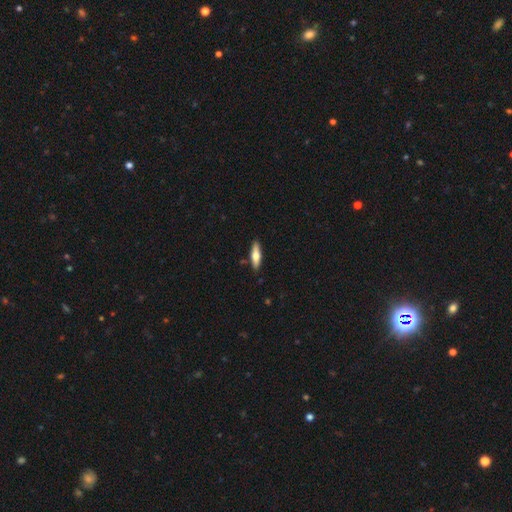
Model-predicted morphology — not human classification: The model was most divided on "smooth or featured": smooth: 61%, featured or disk: 33%, star or artifact: 5%. More confident: merging — none (87%); how rounded — cigar-shaped (64%).